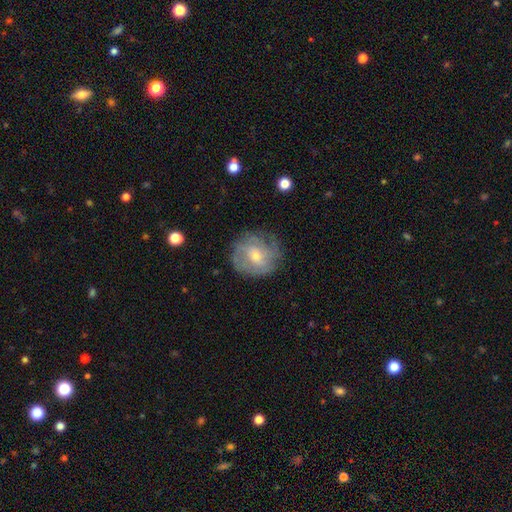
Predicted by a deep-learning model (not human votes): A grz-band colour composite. It shows a featured or disk galaxy (66%) with no bar (57%), tight (52%) spiral arms (83%) and a small central bulge (60%). Merging: none (72%).